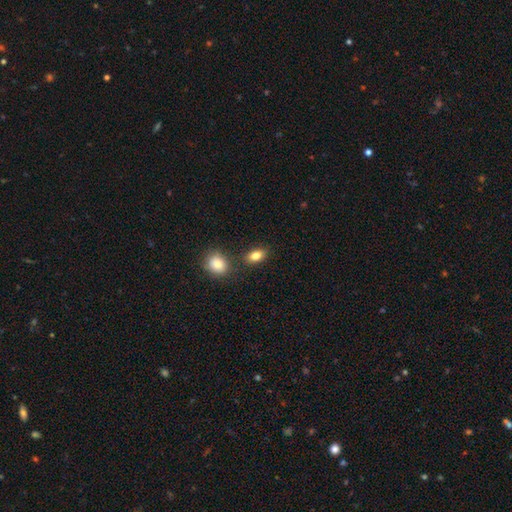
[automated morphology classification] Q: Smooth or featured?
A: smooth (84%); runner-up: star or artifact (9%)
Q: How rounded?
A: in between (83%); runner-up: round (13%)
Q: Merging?
A: none (74%); runner-up: merger (11%)